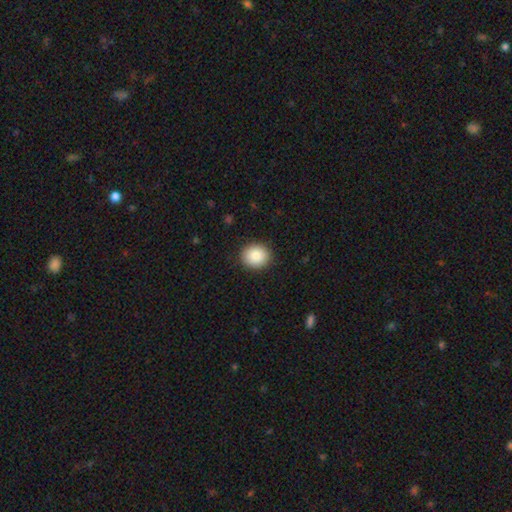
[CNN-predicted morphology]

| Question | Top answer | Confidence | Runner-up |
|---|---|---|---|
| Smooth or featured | smooth | 88% | star or artifact (8%) |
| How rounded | round | 72% | in between (27%) |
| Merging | none | 90% | minor disturbance (7%) |